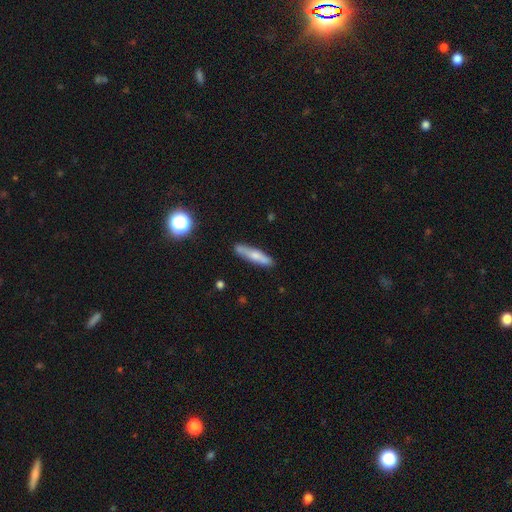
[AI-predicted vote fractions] Smooth or featured?
  - smooth: 63% *
  - featured or disk: 31%
  - star or artifact: 6%
How rounded?
  - cigar-shaped: 84% *
  - in between: 14%
  - round: 2%
Merging?
  - none: 84% *
  - minor disturbance: 12%
  - major disturbance: 2%
  - merger: 2%